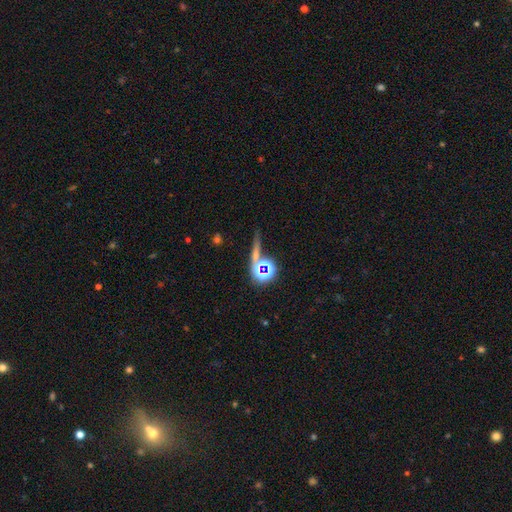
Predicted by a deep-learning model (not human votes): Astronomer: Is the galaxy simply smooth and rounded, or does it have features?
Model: star or artifact — 56%.